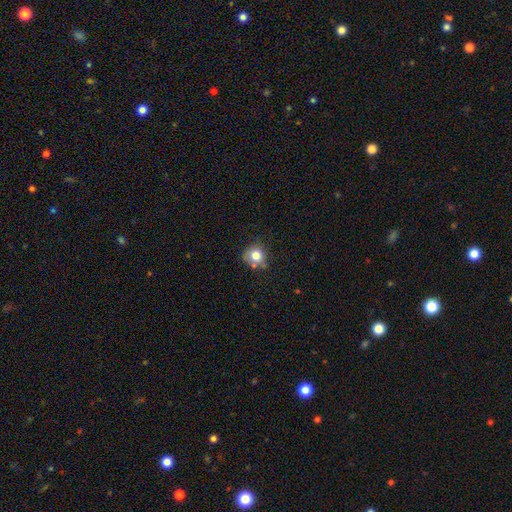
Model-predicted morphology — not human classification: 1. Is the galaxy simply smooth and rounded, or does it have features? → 77% smooth, 12% featured or disk, 11% star or artifact.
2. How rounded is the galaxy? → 80% round, 19% in between, 1% cigar-shaped.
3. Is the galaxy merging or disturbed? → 57% none, 25% minor disturbance, 10% merger, 8% major disturbance.